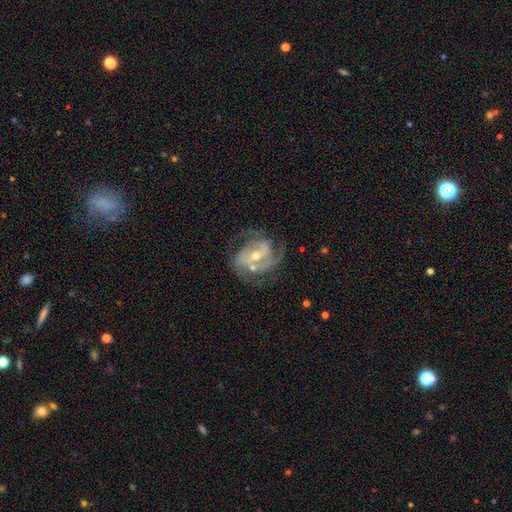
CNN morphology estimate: A featured or disk galaxy (90%) with a weak bar (41%), 3 (42%) medium (47%) spiral arms (97%) and a moderate central bulge (51%).

Vote fractions:
- Smooth or featured? featured or disk: 90% / star or artifact: 5% / smooth: 5%
- Edge-on disk? no: 97% / yes: 3%
- Bar? weak: 41% / strong: 35% / no: 25%
- Spiral arms? yes: 97% / no: 3%
- Spiral winding? medium: 47% / tight: 43% / loose: 10%
- Spiral arm count? 3: 42% / 2: 34% / can't tell: 9% / 4: 8% / 1: 4% / more than 4: 4%
- Bulge size? moderate: 51% / small: 45% / large: 2% / none: 1% / dominant: 1%
- Merging? none: 66% / minor disturbance: 17% / major disturbance: 11% / merger: 6%